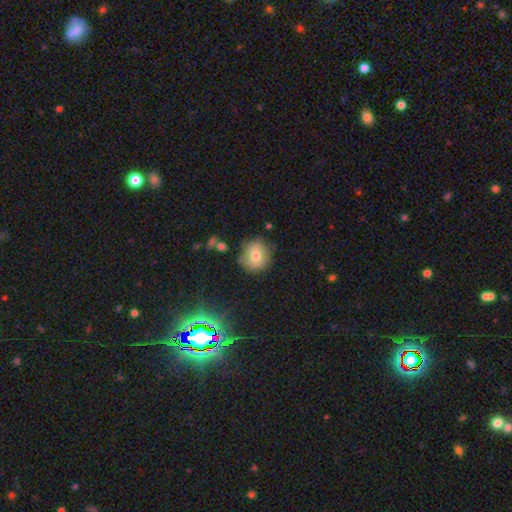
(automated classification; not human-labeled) This appears to be a smooth galaxy with no disk features (73%) that is round (82%). Merging: none (78%).